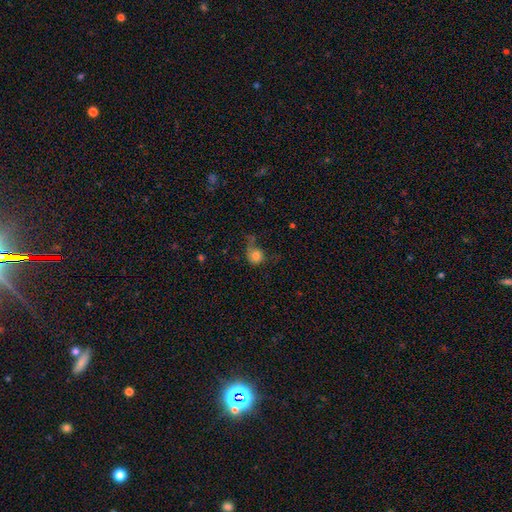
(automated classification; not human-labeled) Smooth or featured: smooth — 77% (featured or disk — 12%)
How rounded: round — 79% (in between — 20%)
Merging: none — 37% (major disturbance — 27%)